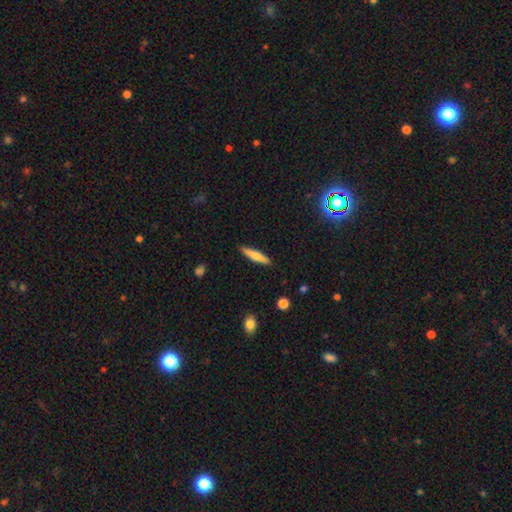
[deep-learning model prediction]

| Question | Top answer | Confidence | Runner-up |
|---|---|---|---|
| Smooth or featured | smooth | 64% | featured or disk (30%) |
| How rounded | cigar-shaped | 86% | in between (12%) |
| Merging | none | 89% | minor disturbance (8%) |